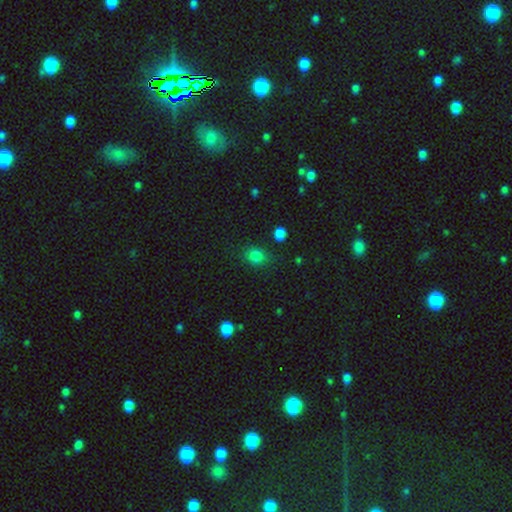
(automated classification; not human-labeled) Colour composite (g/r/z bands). It shows a smooth galaxy with no disk features (81%) that is round (61%). Merging: none (76%).